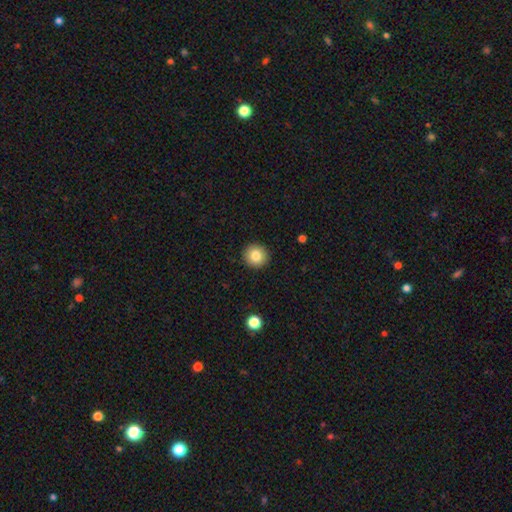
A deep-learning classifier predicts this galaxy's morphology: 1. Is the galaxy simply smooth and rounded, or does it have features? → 82% smooth, 10% star or artifact, 8% featured or disk.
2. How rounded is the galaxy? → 93% round, 6% in between, 1% cigar-shaped.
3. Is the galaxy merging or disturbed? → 92% none, 5% minor disturbance, 2% major disturbance, 1% merger.